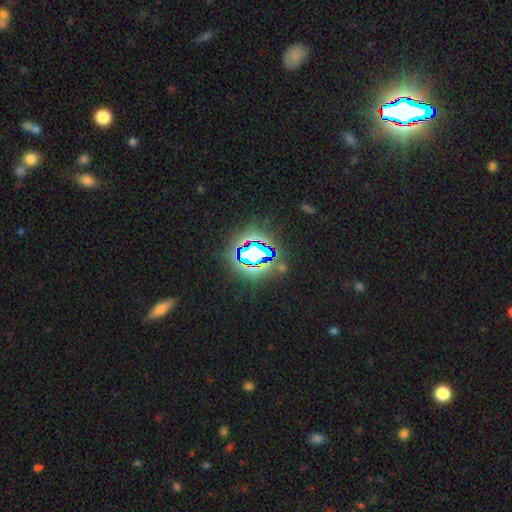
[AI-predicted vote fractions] Morphology: type=star or artifact (77%).